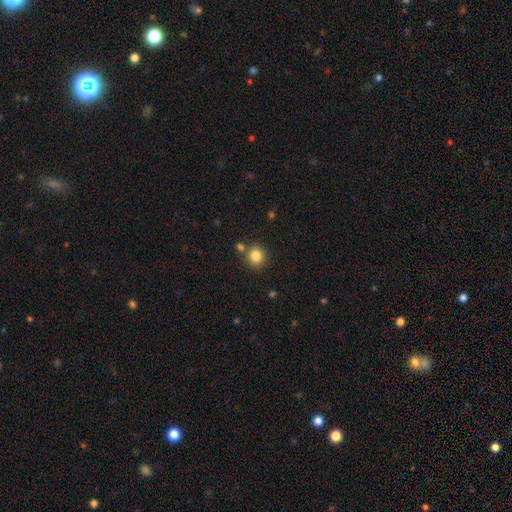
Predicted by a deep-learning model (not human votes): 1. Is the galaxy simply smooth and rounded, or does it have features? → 84% smooth, 11% star or artifact, 5% featured or disk.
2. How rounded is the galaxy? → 87% round, 12% in between, 1% cigar-shaped.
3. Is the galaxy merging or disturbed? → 79% none, 10% merger, 8% minor disturbance, 3% major disturbance.